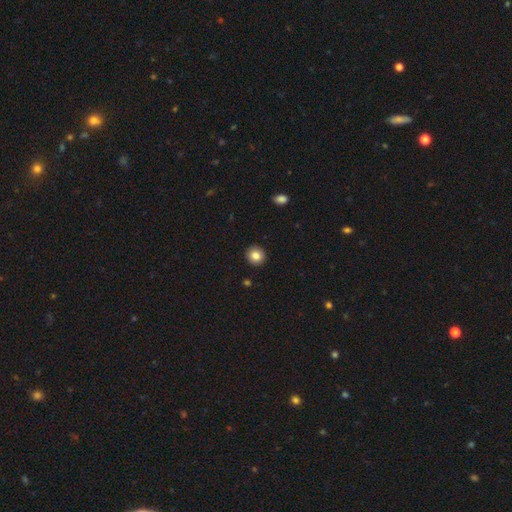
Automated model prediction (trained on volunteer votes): Smooth or featured? smooth (84%)
How rounded? round (92%)
Merging? none (93%)